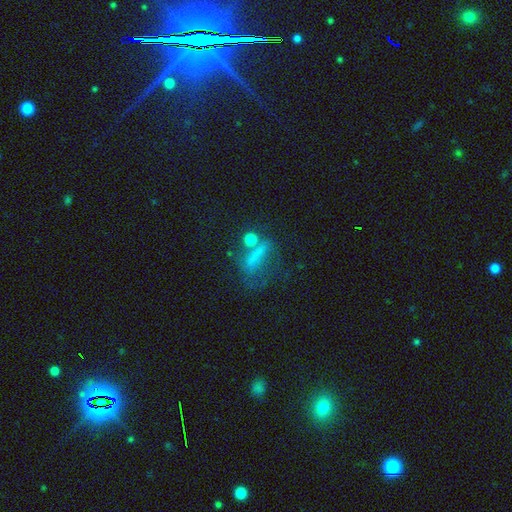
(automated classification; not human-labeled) This appears to be a smooth galaxy with no disk features (51%) that is in between round and cigar-shaped (42%). Merging: none (38%).